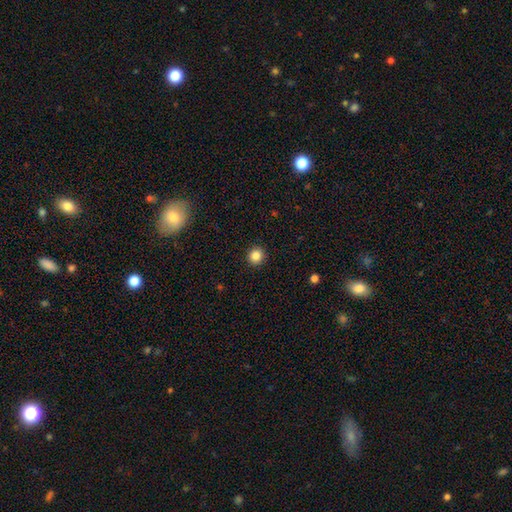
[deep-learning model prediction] Smooth or featured? smooth (85%)
How rounded? round (91%)
Merging? none (93%)